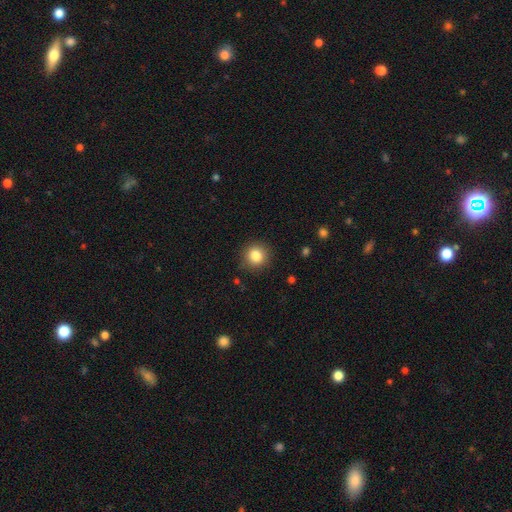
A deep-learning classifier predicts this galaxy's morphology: This appears to be a smooth galaxy with no disk features (84%) that is round (91%). Merging: none (88%).